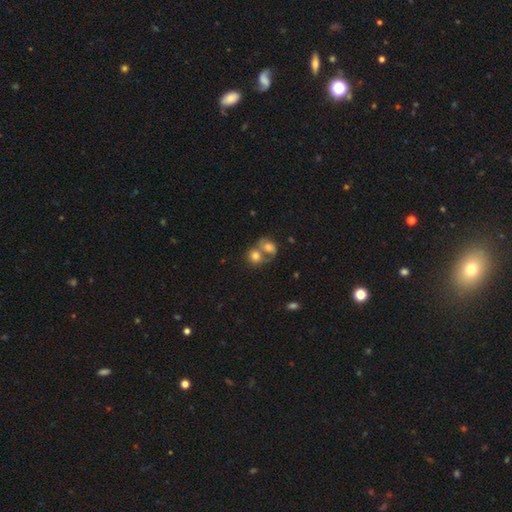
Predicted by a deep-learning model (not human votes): A smooth galaxy with no disk features (75%) that is round (66%).

Vote fractions:
- Smooth or featured? smooth: 75% / featured or disk: 15% / star or artifact: 9%
- How rounded? round: 66% / in between: 33% / cigar-shaped: 1%
- Merging? merger: 61% / none: 27% / minor disturbance: 8% / major disturbance: 5%